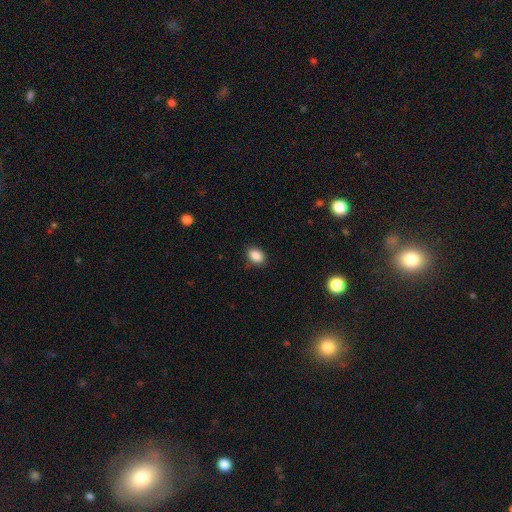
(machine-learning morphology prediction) Overall: smooth (88%). How rounded: in between (80%). Merging: none (88%).